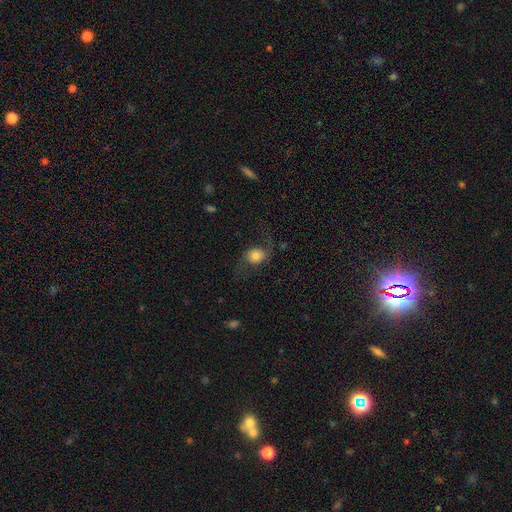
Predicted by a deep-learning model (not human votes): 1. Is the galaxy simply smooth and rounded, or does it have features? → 52% smooth, 38% featured or disk, 10% star or artifact.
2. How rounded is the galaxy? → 67% round, 32% in between, 2% cigar-shaped.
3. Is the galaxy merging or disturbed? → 61% none, 19% major disturbance, 18% minor disturbance, 2% merger.